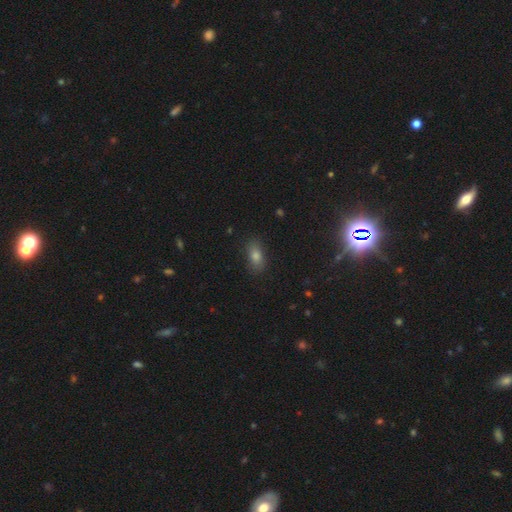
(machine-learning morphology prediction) Smooth or featured?
  - smooth: 69% *
  - star or artifact: 21%
  - featured or disk: 10%
How rounded?
  - in between: 82% *
  - round: 11%
  - cigar-shaped: 7%
Merging?
  - none: 85% *
  - minor disturbance: 11%
  - major disturbance: 3%
  - merger: 1%